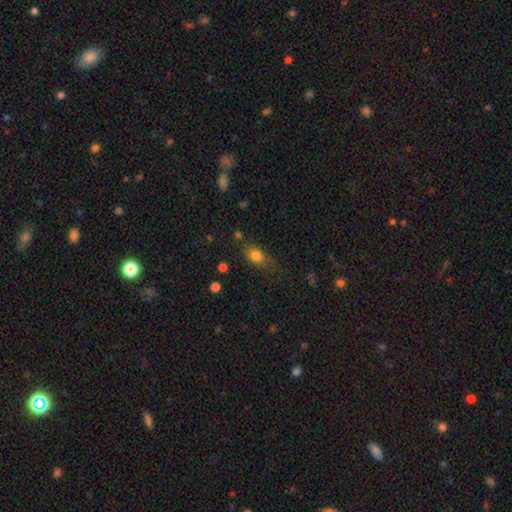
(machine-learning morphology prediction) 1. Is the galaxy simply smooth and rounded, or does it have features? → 80% smooth, 10% star or artifact, 10% featured or disk.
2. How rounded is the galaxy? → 74% in between, 20% round, 6% cigar-shaped.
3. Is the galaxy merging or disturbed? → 67% none, 22% minor disturbance, 7% major disturbance, 4% merger.